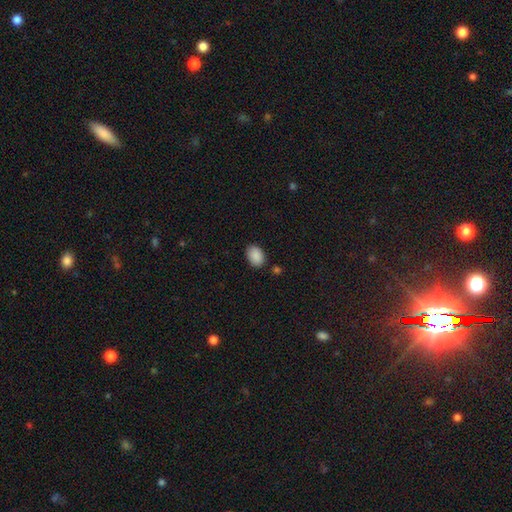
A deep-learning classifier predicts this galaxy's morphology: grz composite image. It shows a smooth galaxy with no disk features (90%) that is in between round and cigar-shaped (82%). Merging: none (84%).